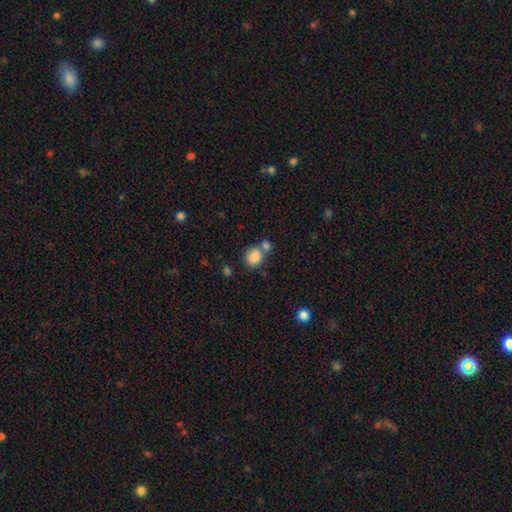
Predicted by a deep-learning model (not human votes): Smooth or featured? smooth (85%)
How rounded? round (68%)
Merging? none (50%)